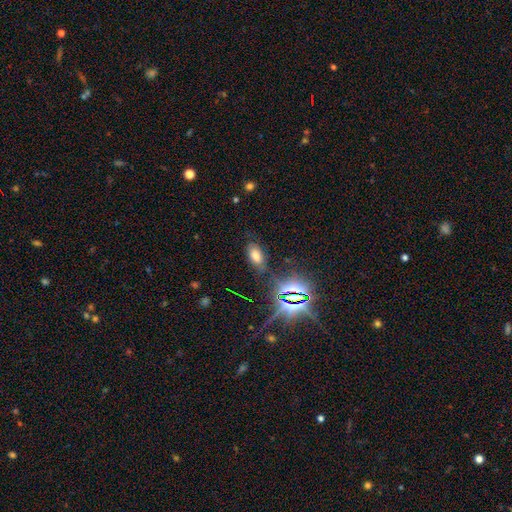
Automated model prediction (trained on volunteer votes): smooth 65%, star or artifact 25%, featured or disk 10%. Down the decision tree: how rounded — in between (90%); merging — none (73%).